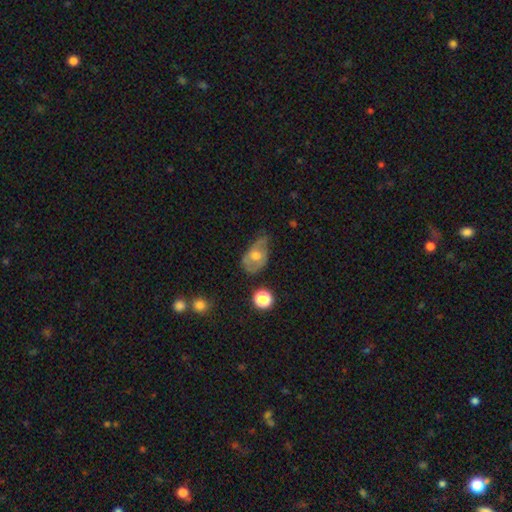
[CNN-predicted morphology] The model was most divided on "smooth or featured": smooth: 47%, featured or disk: 45%, star or artifact: 9%. Remaining: merging — none (41%).